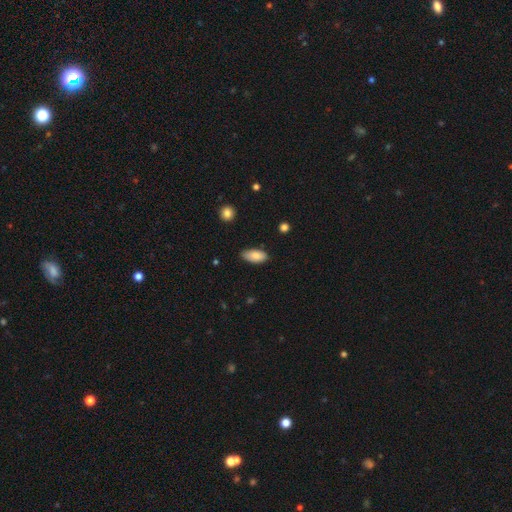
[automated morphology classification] The model was most divided on "merging": none: 78%, minor disturbance: 18%, major disturbance: 3%, merger: 1%. More confident: how rounded — in between (91%); smooth or featured — smooth (84%).